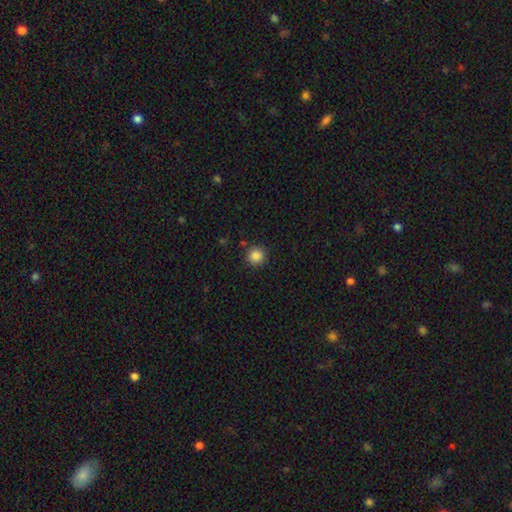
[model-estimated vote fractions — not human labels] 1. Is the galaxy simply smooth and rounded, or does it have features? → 86% smooth, 11% star or artifact, 3% featured or disk.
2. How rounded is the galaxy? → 95% round, 4% in between, 1% cigar-shaped.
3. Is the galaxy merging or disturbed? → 89% none, 7% minor disturbance, 2% merger, 2% major disturbance.